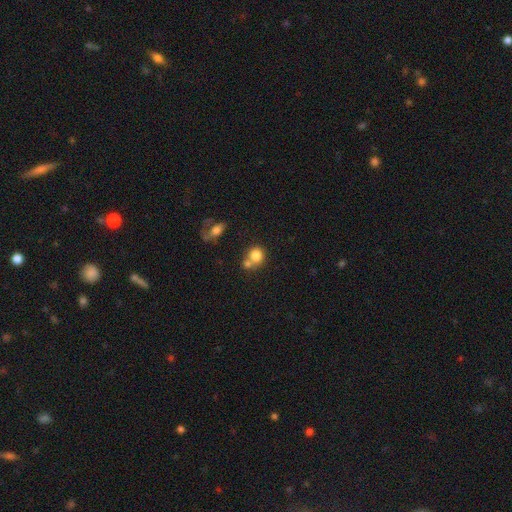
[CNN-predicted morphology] smooth 80%, featured or disk 10%, star or artifact 10%. Down the decision tree: how rounded — round (79%); merging — none (44%).